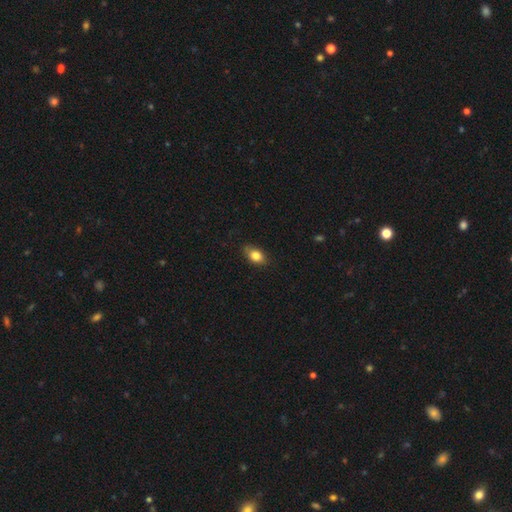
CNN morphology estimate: A smooth galaxy with no disk features (82%) that is in between round and cigar-shaped (82%).

Vote fractions:
- Smooth or featured? smooth: 82% / featured or disk: 10% / star or artifact: 8%
- How rounded? in between: 82% / round: 15% / cigar-shaped: 3%
- Merging? none: 82% / minor disturbance: 15% / major disturbance: 3% / merger: 1%